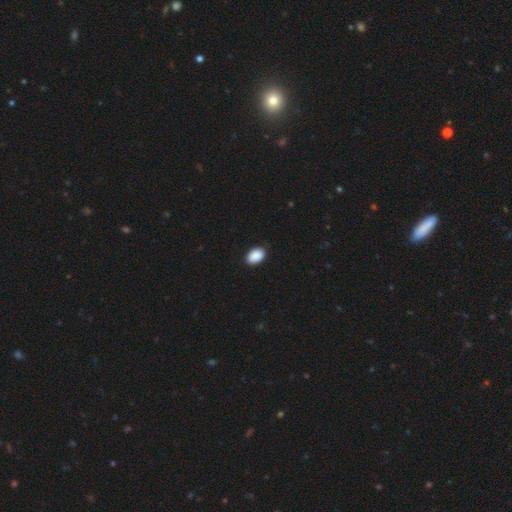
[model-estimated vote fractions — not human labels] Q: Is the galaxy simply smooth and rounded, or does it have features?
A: smooth — 90%.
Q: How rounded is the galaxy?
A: in between — 83%.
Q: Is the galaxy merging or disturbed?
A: none — 86%.